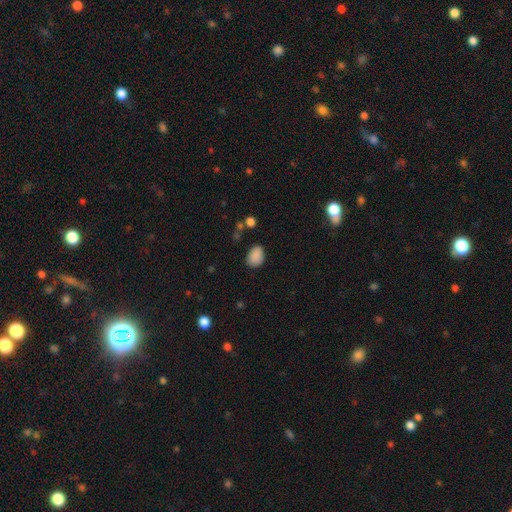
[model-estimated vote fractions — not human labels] Q: Smooth or featured?
A: smooth (87%); runner-up: star or artifact (10%)
Q: How rounded?
A: in between (75%); runner-up: round (24%)
Q: Merging?
A: none (78%); runner-up: minor disturbance (16%)